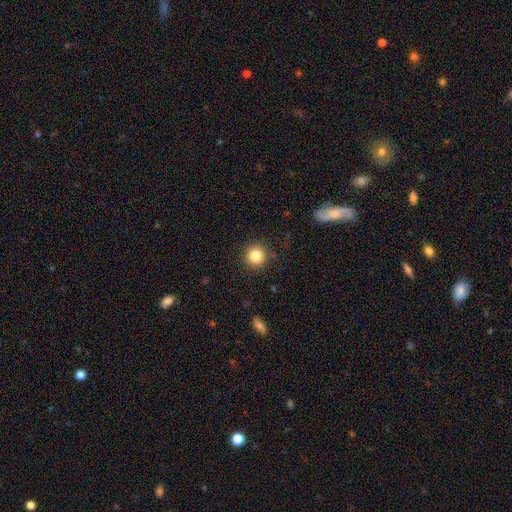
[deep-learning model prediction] A smooth galaxy with no disk features (84%) that is round (94%). Merging: none (90%).